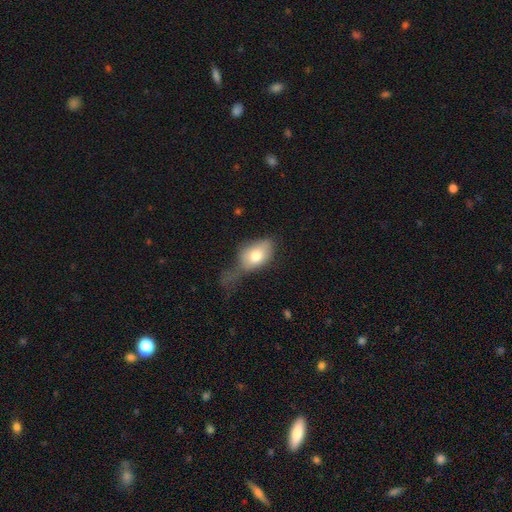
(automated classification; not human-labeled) Smooth or featured? Predicted: smooth (p=0.75). How rounded? Predicted: in between (p=0.85). Merging? Predicted: major disturbance (p=0.36).